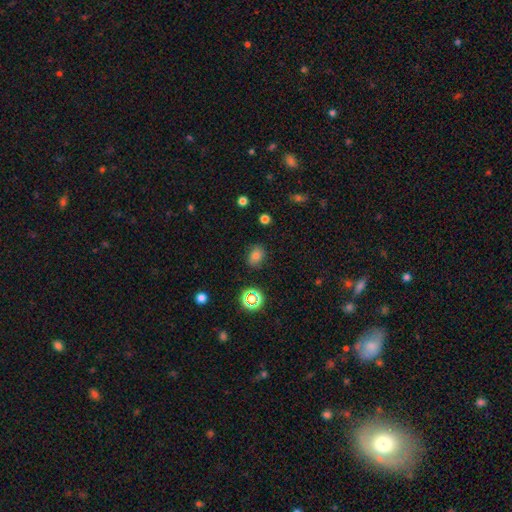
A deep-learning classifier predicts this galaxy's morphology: Smooth or featured?
  - smooth: 75% *
  - star or artifact: 17%
  - featured or disk: 7%
How rounded?
  - in between: 53% *
  - round: 46%
  - cigar-shaped: 1%
Merging?
  - none: 82% *
  - minor disturbance: 13%
  - major disturbance: 3%
  - merger: 2%